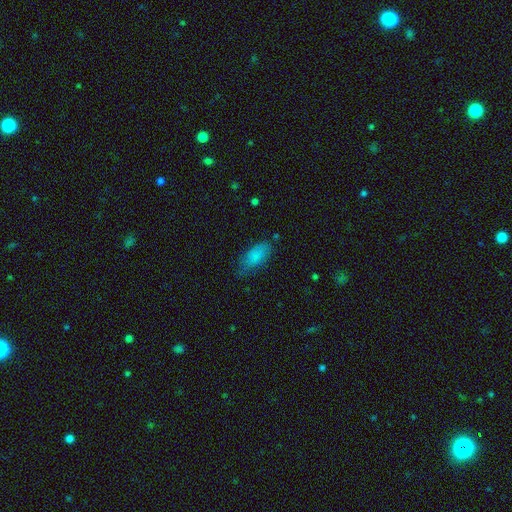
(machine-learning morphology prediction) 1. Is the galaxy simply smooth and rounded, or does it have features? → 82% smooth, 11% featured or disk, 7% star or artifact.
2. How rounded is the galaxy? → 87% in between, 11% cigar-shaped, 2% round.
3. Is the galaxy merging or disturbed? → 65% none, 26% minor disturbance, 7% major disturbance, 2% merger.